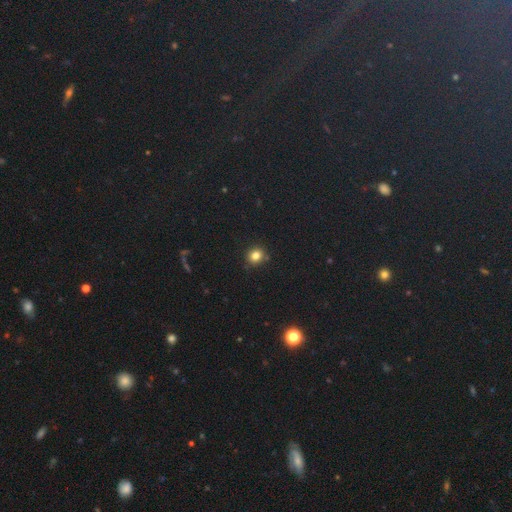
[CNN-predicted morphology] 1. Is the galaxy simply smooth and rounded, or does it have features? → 82% smooth, 13% star or artifact, 5% featured or disk.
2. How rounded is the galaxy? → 81% round, 18% in between, 1% cigar-shaped.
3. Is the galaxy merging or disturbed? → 86% none, 10% minor disturbance, 2% major disturbance, 2% merger.